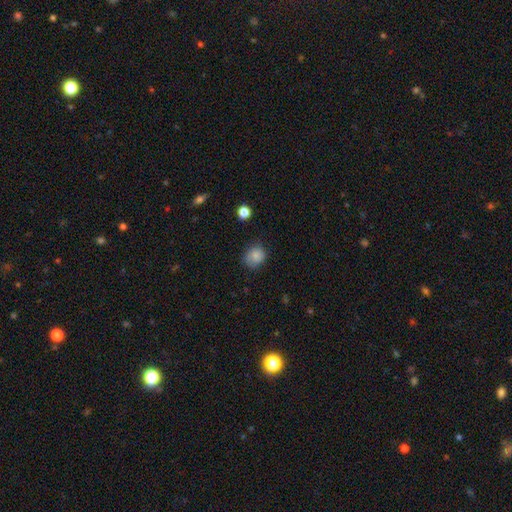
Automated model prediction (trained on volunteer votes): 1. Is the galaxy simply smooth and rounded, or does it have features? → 80% smooth, 10% featured or disk, 10% star or artifact.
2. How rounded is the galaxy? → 70% round, 29% in between, 1% cigar-shaped.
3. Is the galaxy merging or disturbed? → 67% none, 25% minor disturbance, 6% major disturbance, 2% merger.